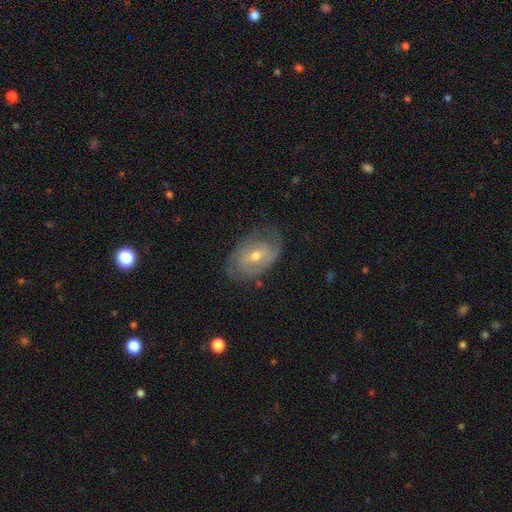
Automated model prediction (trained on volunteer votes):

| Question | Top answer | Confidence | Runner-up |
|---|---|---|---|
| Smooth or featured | featured or disk | 68% | smooth (25%) |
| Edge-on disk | no | 94% | yes (6%) |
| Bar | weak | 45% | no (40%) |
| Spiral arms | yes | 76% | no (24%) |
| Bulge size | moderate | 60% | small (36%) |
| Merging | none | 66% | minor disturbance (23%) |